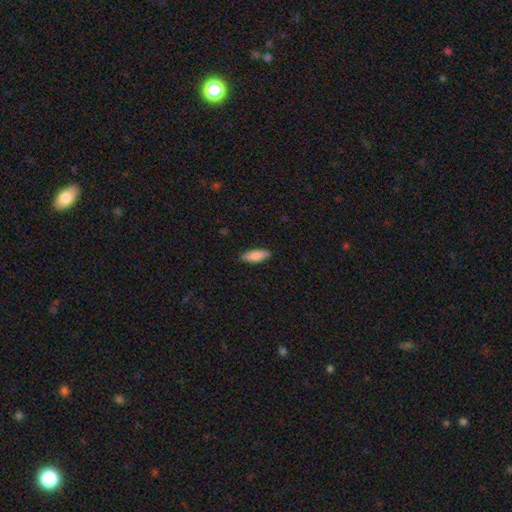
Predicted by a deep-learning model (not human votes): A smooth galaxy with no disk features (84%) that is in between round and cigar-shaped (62%). Merging: none (87%).